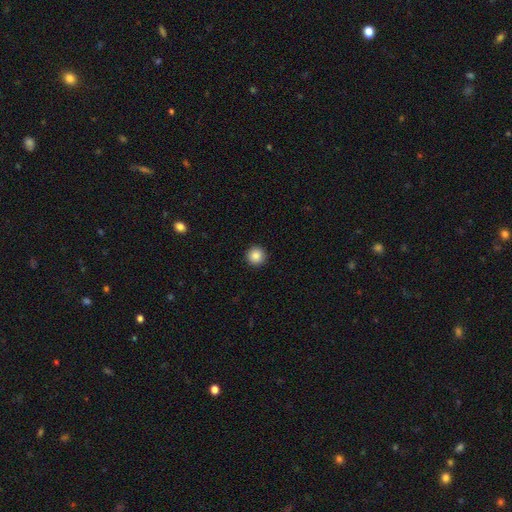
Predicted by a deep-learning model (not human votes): Smooth or featured: smooth — 87% (star or artifact — 9%)
How rounded: round — 96% (in between — 3%)
Merging: none — 93% (minor disturbance — 4%)